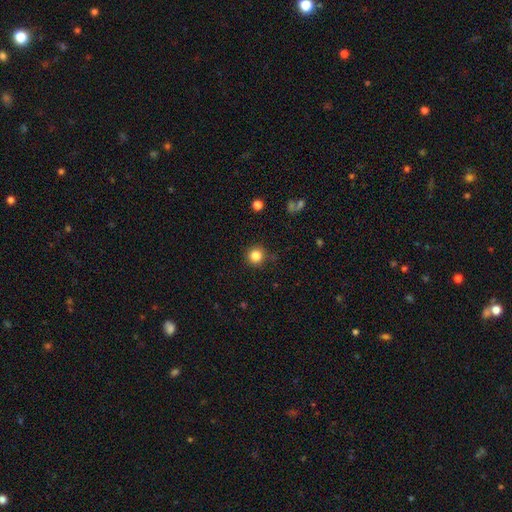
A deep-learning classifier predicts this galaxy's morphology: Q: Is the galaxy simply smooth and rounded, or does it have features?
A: smooth — 84%.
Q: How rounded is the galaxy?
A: round — 94%.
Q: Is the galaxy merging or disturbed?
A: none — 89%.